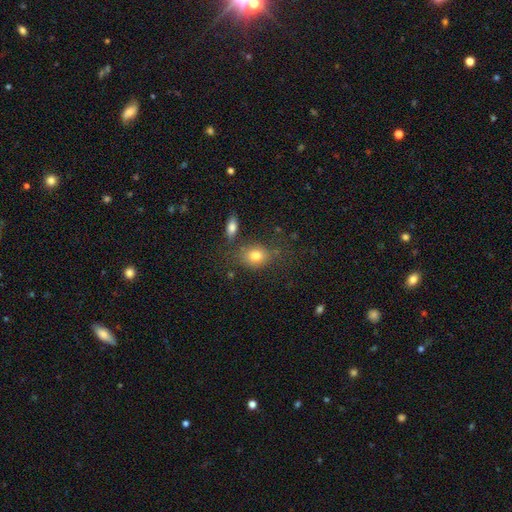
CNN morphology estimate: A smooth galaxy with no disk features (78%) that is in between round and cigar-shaped (50%).

Vote fractions:
- Smooth or featured? smooth: 78% / star or artifact: 11% / featured or disk: 11%
- How rounded? in between: 50% / round: 49% / cigar-shaped: 1%
- Merging? none: 68% / minor disturbance: 15% / merger: 10% / major disturbance: 7%